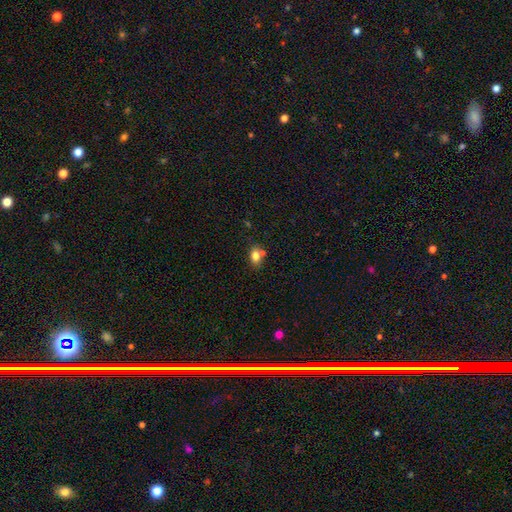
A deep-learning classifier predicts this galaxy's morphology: Smooth or featured: smooth — 81% (star or artifact — 11%)
How rounded: in between — 76% (round — 23%)
Merging: none — 64% (merger — 19%)